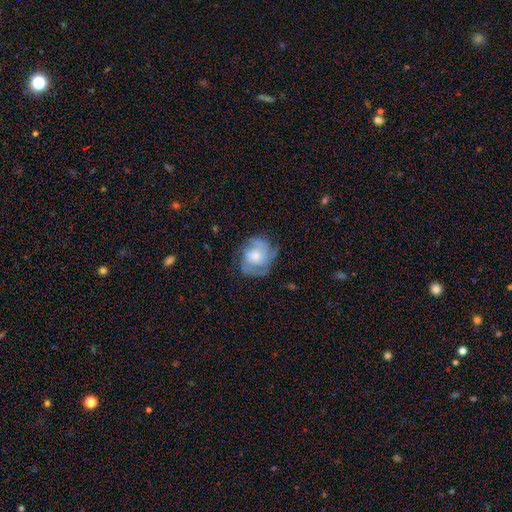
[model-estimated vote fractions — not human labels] Morphology: type=featured or disk (74%); edge-on=no (98%); bar=no (69%); spiral arms=yes (91%); winding=tight (45%); arm count=3 (33%); bulge=moderate (51%); merging=none (66%).